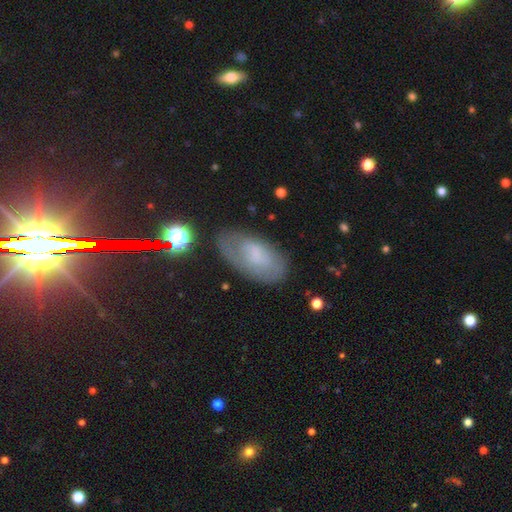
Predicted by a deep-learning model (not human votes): This is possibly a smooth galaxy (58%). How rounded: clearly in between (94%). Merging: likely none (66%).